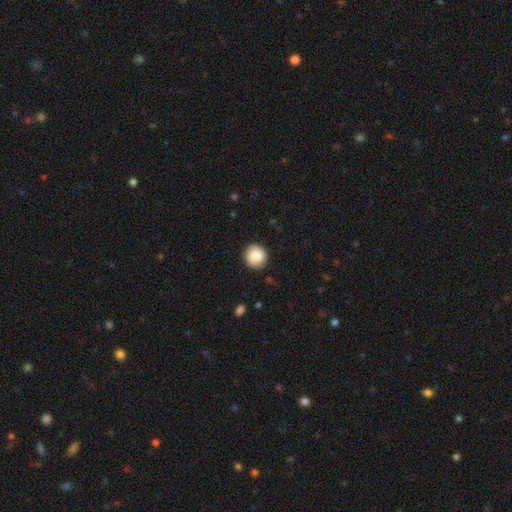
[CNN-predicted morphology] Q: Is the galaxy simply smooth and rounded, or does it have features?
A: smooth — 87%.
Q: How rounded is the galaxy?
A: round — 92%.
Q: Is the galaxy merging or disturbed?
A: none — 90%.